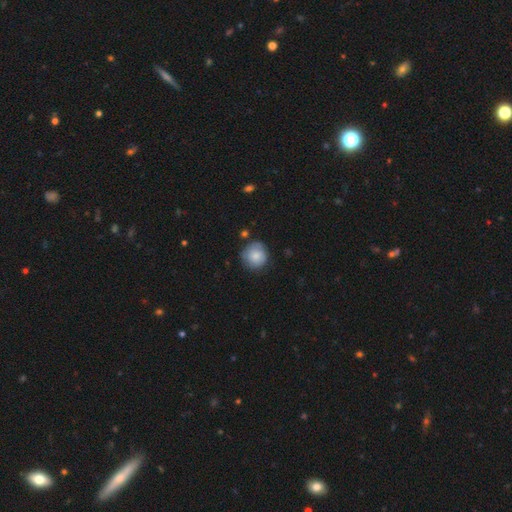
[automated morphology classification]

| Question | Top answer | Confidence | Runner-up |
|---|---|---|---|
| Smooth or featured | smooth | 81% | featured or disk (12%) |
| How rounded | round | 91% | in between (8%) |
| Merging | none | 76% | minor disturbance (18%) |